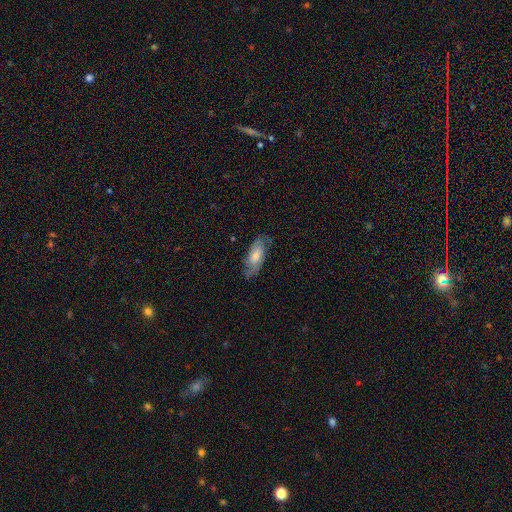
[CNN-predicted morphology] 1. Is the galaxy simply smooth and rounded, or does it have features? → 55% smooth, 39% featured or disk, 6% star or artifact.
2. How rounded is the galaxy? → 81% in between, 16% cigar-shaped, 2% round.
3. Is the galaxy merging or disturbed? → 73% none, 19% minor disturbance, 6% major disturbance, 1% merger.